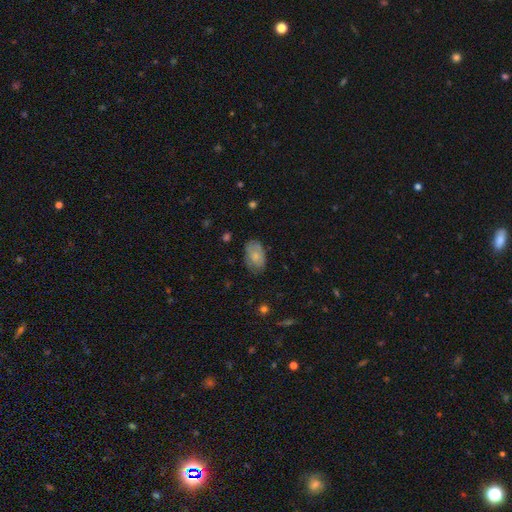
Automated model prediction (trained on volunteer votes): Smooth or featured? Predicted: smooth (p=0.74). How rounded? Predicted: in between (p=0.91). Merging? Predicted: none (p=0.72).